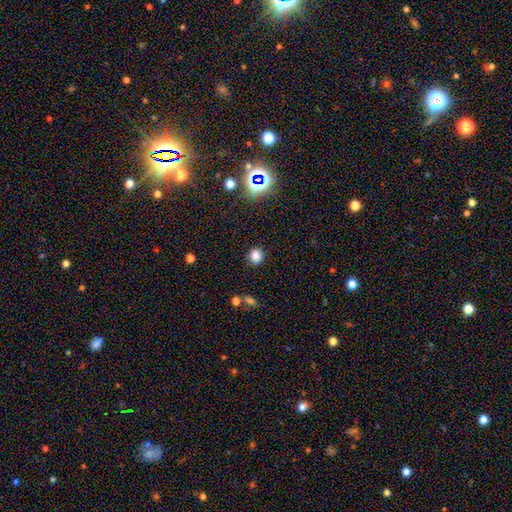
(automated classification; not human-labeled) Smooth or featured: smooth — 82% (star or artifact — 13%)
How rounded: round — 82% (in between — 16%)
Merging: none — 87% (minor disturbance — 9%)